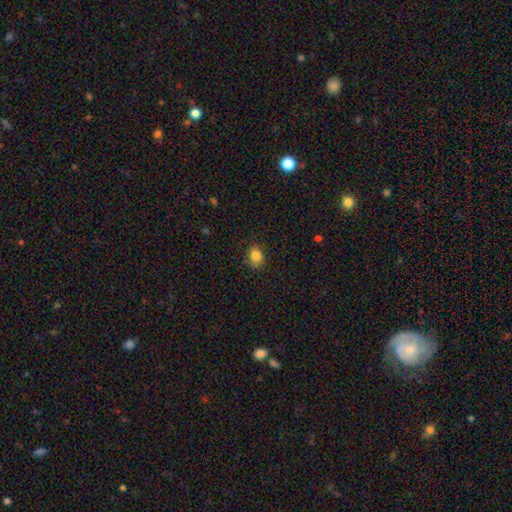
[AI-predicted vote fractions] This appears to be a smooth galaxy with no disk features (83%) that is in between round and cigar-shaped (50%). Merging: none (77%).